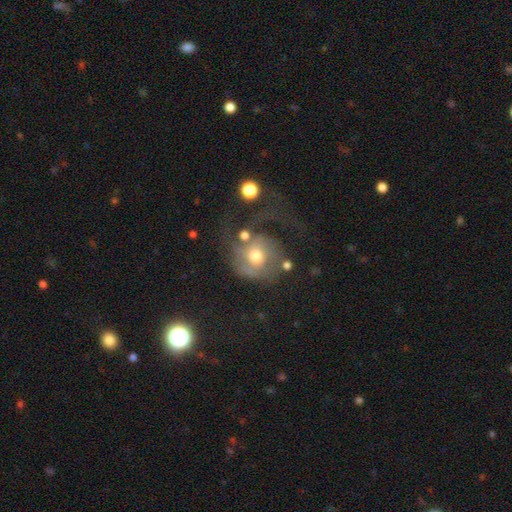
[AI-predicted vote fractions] This appears to be a featured or disk galaxy (57%) with no bar (76%), spiral arms (71%) and a moderate central bulge (69%). Merging: major disturbance (42%).